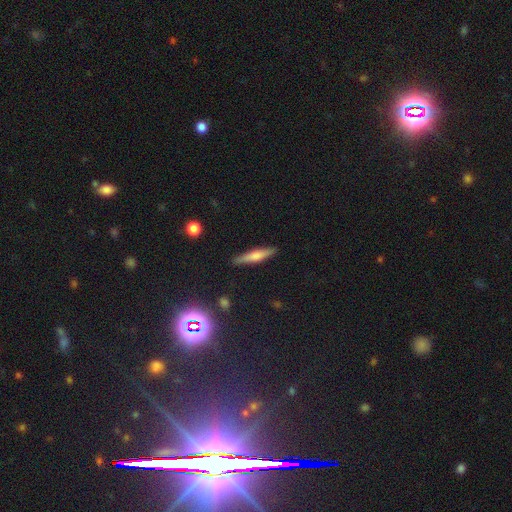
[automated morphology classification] A smooth galaxy with no disk features (51%) that is cigar-shaped (88%). Merging: none (89%).